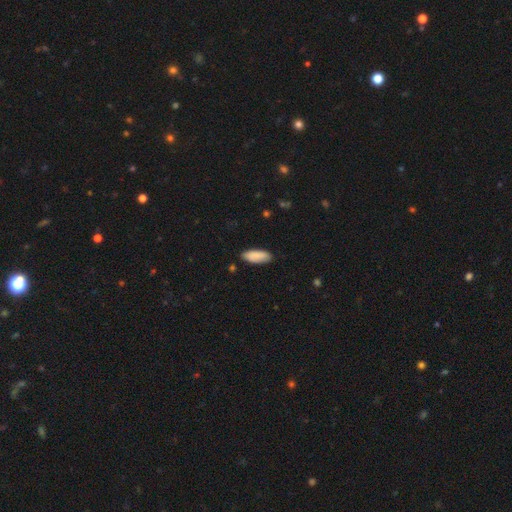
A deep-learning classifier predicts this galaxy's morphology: smooth 89%, star or artifact 6%, featured or disk 5%. Down the decision tree: how rounded — in between (75%); merging — none (85%).